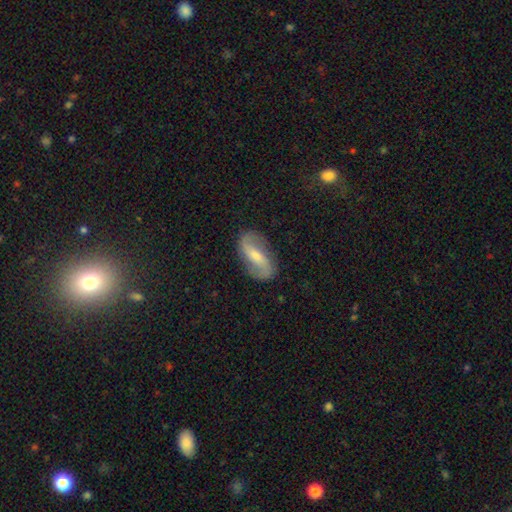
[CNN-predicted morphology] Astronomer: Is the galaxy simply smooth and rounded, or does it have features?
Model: featured or disk — 80%.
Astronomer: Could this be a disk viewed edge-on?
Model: no — 95%.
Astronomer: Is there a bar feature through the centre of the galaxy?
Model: weak — 40% (runner-up: strong, 37%).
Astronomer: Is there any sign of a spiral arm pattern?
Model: yes — 93%.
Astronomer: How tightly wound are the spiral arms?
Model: loose — 64%.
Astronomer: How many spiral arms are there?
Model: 2 — 93%.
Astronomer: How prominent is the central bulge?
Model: small — 46% (runner-up: moderate, 45%).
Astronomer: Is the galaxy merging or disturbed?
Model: none — 83%.